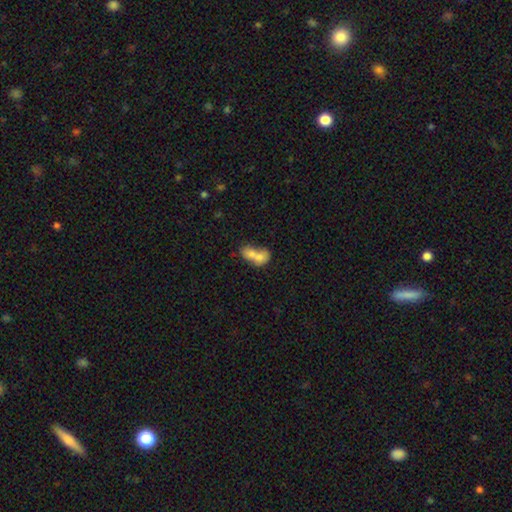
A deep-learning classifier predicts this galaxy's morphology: Smooth or featured: smooth — 69% (featured or disk — 22%)
How rounded: in between — 66% (round — 32%)
Merging: merger — 77% (none — 14%)